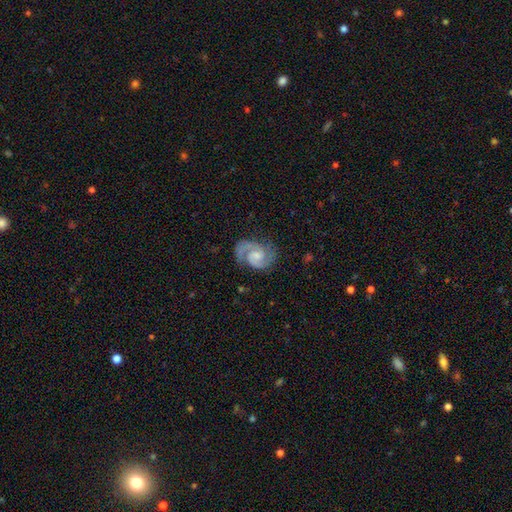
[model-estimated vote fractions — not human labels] Morphology: type=featured or disk (90%); edge-on=no (98%); bar=no (50%); spiral arms=yes (98%); winding=medium (52%); arm count=2 (91%); bulge=small (43%); merging=none (73%).